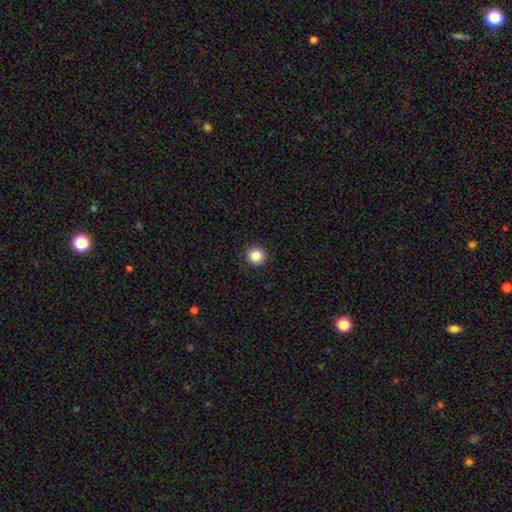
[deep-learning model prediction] smooth 86%, star or artifact 10%, featured or disk 4%. Down the decision tree: how rounded — round (94%); merging — none (92%).